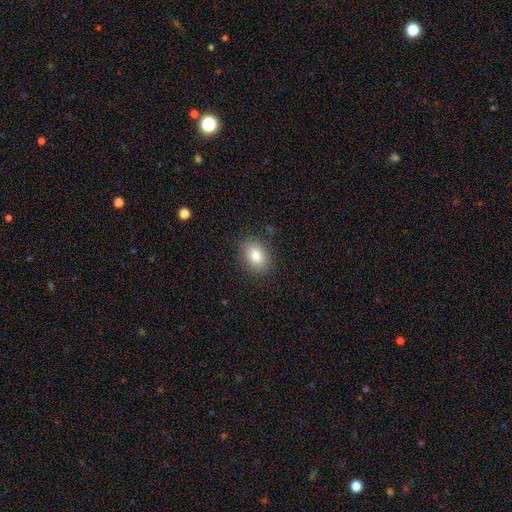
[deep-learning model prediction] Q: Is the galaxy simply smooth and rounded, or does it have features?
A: smooth — 83%.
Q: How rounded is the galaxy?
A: in between — 69%.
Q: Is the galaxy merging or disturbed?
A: none — 86%.